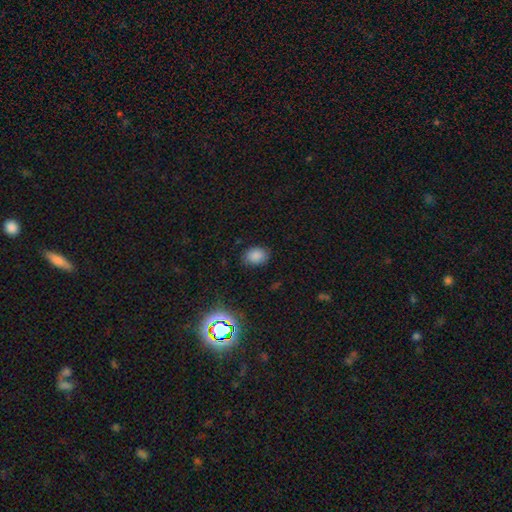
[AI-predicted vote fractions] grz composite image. It shows a smooth galaxy with no disk features (82%) that is in between round and cigar-shaped (60%). Merging: none (80%).